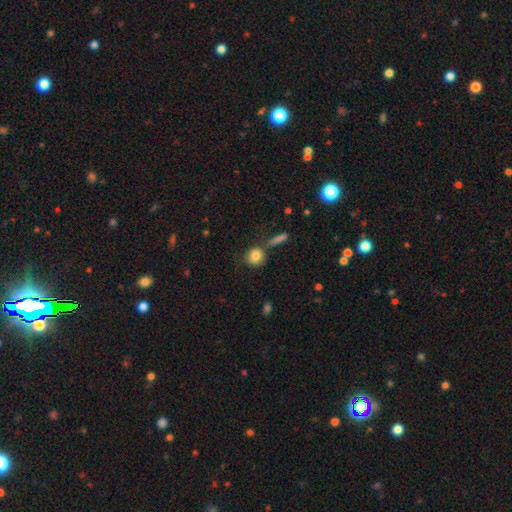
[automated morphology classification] smooth 83%, star or artifact 9%, featured or disk 8%. Down the decision tree: how rounded — round (81%); merging — none (69%).